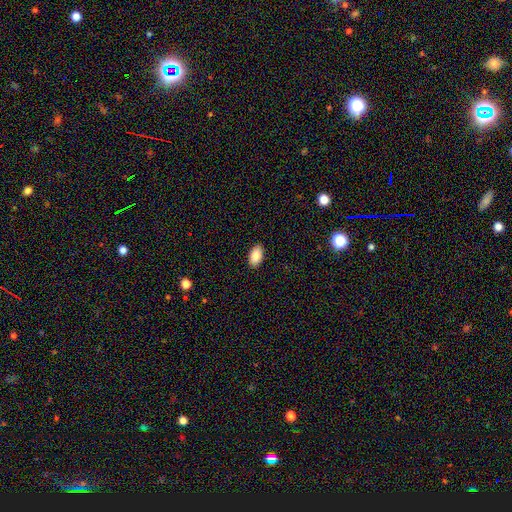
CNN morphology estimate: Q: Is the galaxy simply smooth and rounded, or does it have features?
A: smooth — 87%.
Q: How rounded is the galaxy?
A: in between — 94%.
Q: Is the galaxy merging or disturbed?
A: none — 90%.